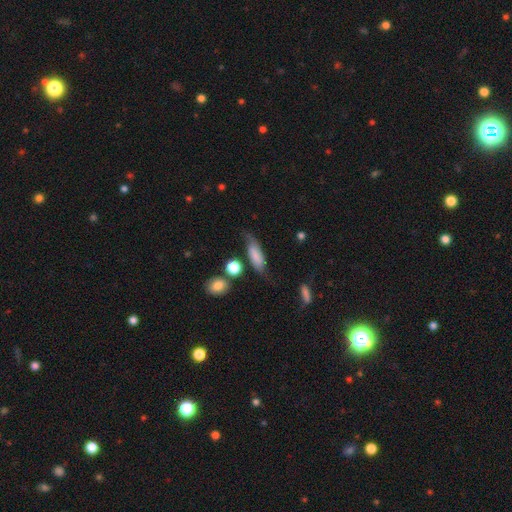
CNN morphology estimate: A smooth galaxy with no disk features (61%) that is in between round and cigar-shaped (59%).

Vote fractions:
- Smooth or featured? smooth: 61% / featured or disk: 30% / star or artifact: 9%
- How rounded? in between: 59% / cigar-shaped: 35% / round: 6%
- Merging? none: 58% / minor disturbance: 26% / major disturbance: 11% / merger: 6%